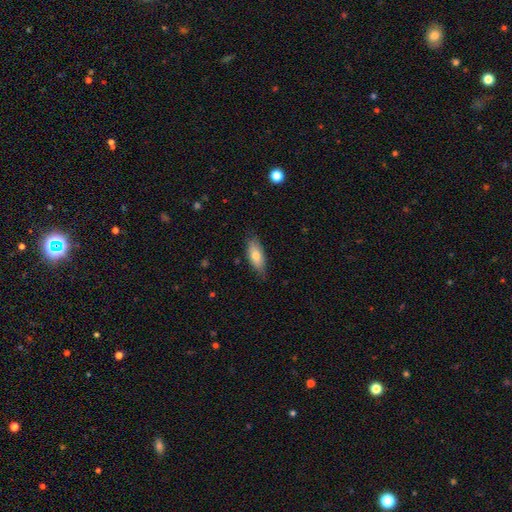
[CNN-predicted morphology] Overall: smooth (73%). How rounded: in between (75%). Merging: none (79%).